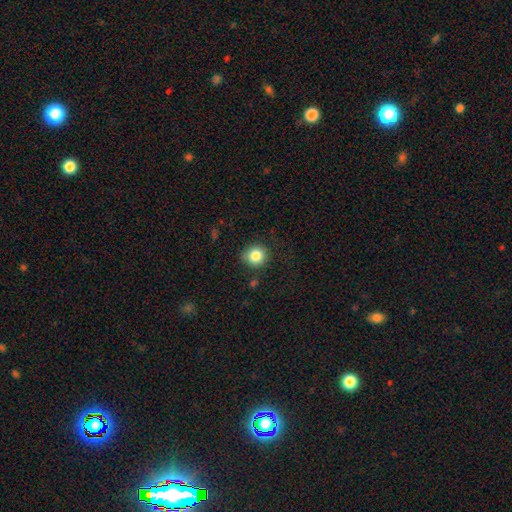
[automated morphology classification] Overall: smooth (84%). How rounded: round (89%). Merging: none (82%).